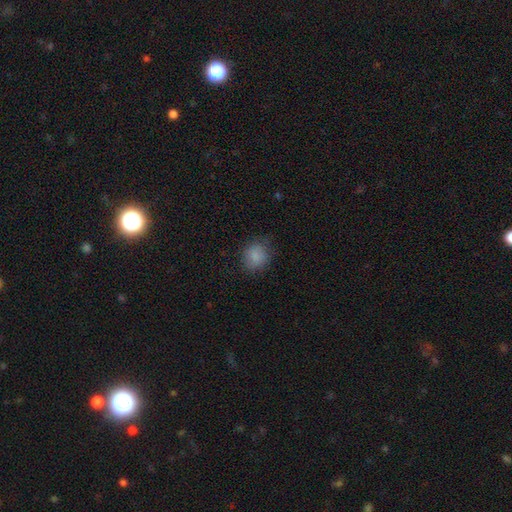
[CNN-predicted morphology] Smooth or featured?
  - smooth: 85% *
  - star or artifact: 9%
  - featured or disk: 5%
How rounded?
  - round: 76% *
  - in between: 23%
  - cigar-shaped: 1%
Merging?
  - none: 79% *
  - minor disturbance: 16%
  - major disturbance: 5%
  - merger: 1%